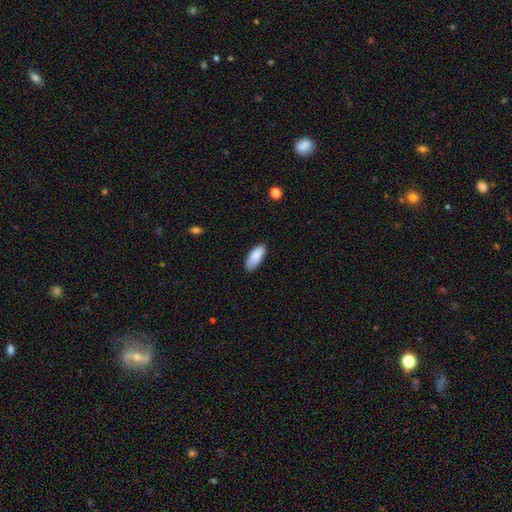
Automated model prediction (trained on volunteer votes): A smooth galaxy with no disk features (89%) that is in between round and cigar-shaped (86%). Merging: none (83%).